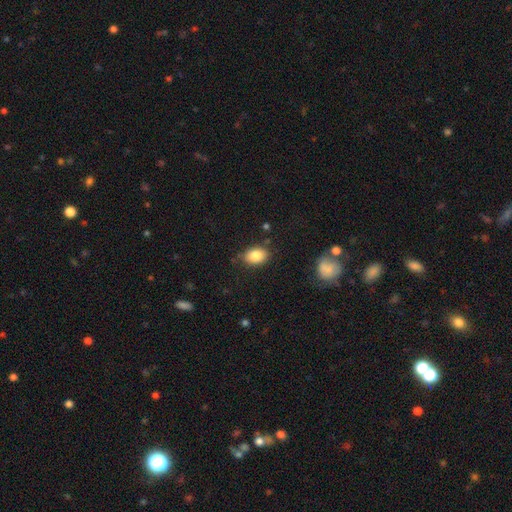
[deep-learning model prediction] Smooth or featured? Predicted: smooth (p=0.84). How rounded? Predicted: in between (p=0.79). Merging? Predicted: none (p=0.80).